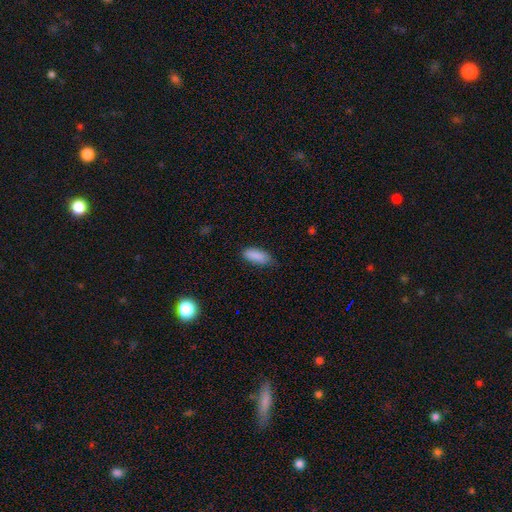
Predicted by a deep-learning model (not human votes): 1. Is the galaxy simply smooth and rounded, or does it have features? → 89% smooth, 7% star or artifact, 4% featured or disk.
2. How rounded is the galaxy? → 81% in between, 17% cigar-shaped, 2% round.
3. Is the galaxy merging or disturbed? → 74% none, 22% minor disturbance, 4% major disturbance, 1% merger.